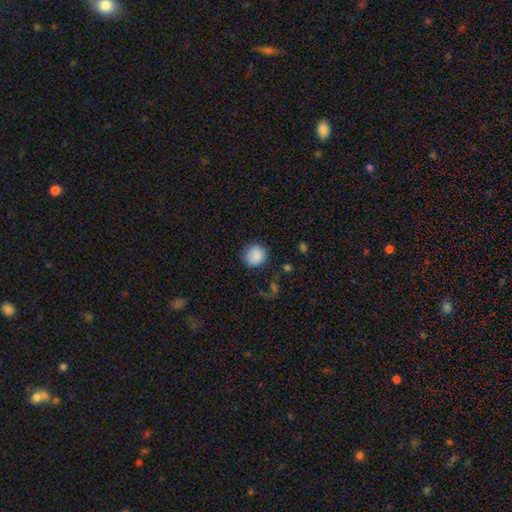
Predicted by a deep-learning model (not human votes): Smooth or featured? smooth (85%)
How rounded? round (87%)
Merging? none (81%)